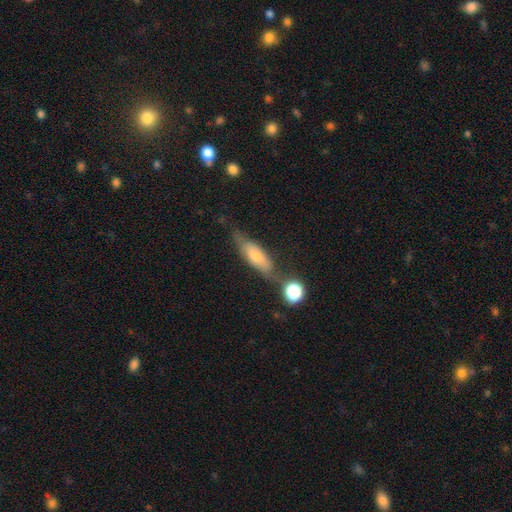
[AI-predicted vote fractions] smooth-or-featured: smooth: 54% | featured or disk: 37% | star or artifact: 9%
  how-rounded: cigar-shaped: 52% | in between: 45% | round: 3%
  merging: none: 56% | minor disturbance: 23% | major disturbance: 10% | merger: 10%